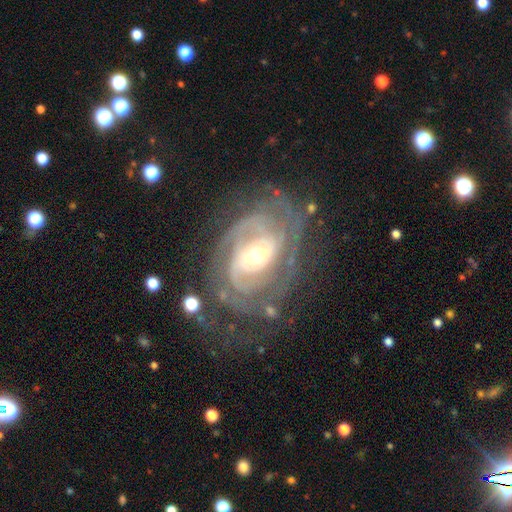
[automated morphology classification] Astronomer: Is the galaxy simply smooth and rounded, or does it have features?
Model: featured or disk — 89%.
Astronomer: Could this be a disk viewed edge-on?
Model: no — 96%.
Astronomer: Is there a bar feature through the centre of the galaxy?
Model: no — 40% (runner-up: weak, 39%).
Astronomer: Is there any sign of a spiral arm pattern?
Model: yes — 96%.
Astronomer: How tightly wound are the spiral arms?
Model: tight — 67%.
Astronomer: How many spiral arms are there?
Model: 2 — 38% (runner-up: can't tell, 25%).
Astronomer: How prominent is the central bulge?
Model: moderate — 61%.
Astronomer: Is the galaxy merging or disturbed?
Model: none — 66%.